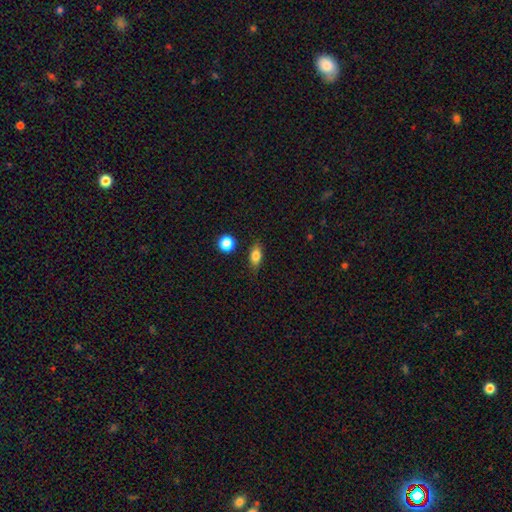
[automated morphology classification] A smooth galaxy with no disk features (81%) that is in between round and cigar-shaped (79%).

Vote fractions:
- Smooth or featured? smooth: 81% / featured or disk: 10% / star or artifact: 9%
- How rounded? in between: 79% / round: 13% / cigar-shaped: 8%
- Merging? none: 81% / minor disturbance: 13% / major disturbance: 3% / merger: 3%